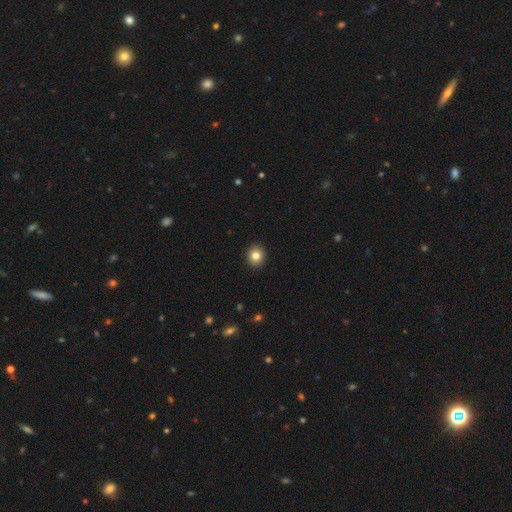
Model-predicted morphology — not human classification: Q: Smooth or featured?
A: smooth (82%); runner-up: star or artifact (10%)
Q: How rounded?
A: round (75%); runner-up: in between (24%)
Q: Merging?
A: none (92%); runner-up: minor disturbance (5%)